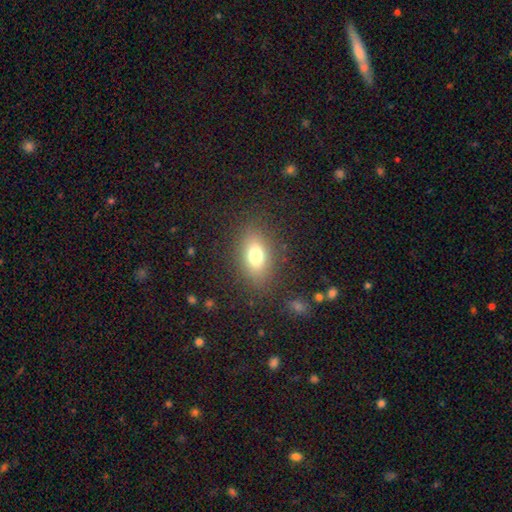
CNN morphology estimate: Overall: smooth (74%). How rounded: in between (81%). Merging: none (83%).